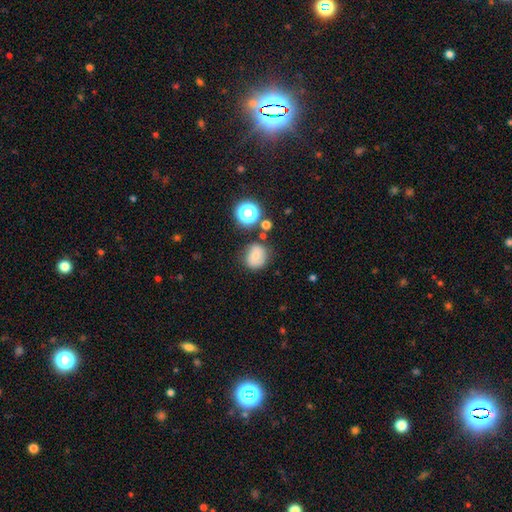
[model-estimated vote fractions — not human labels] The model was most divided on "smooth or featured": smooth: 68%, featured or disk: 19%, star or artifact: 14%. More confident: how rounded — round (77%); merging — none (72%).